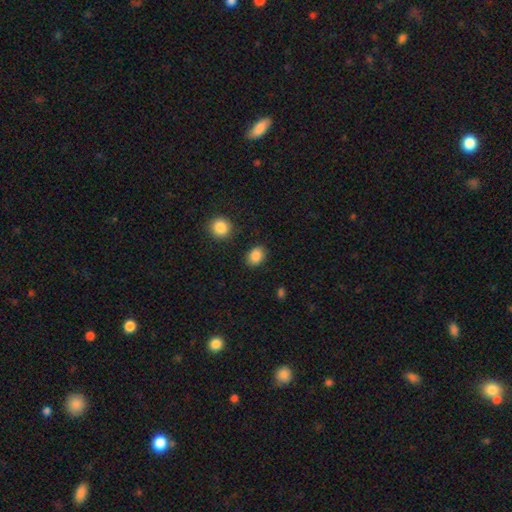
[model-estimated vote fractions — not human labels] This is clearly a smooth galaxy (88%). How rounded: possibly in between (59%). Merging: clearly none (85%).